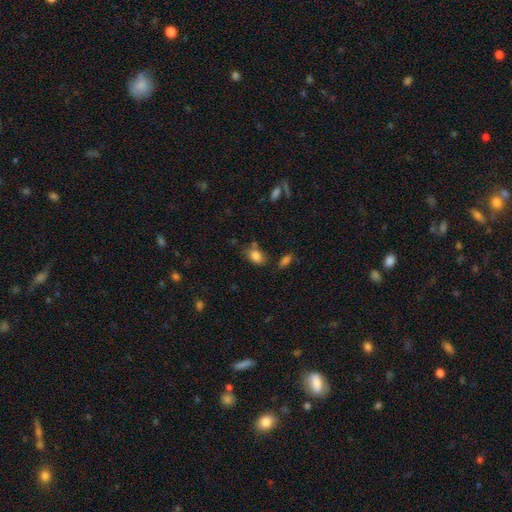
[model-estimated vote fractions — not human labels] Overall: smooth (83%). How rounded: in between (83%). Merging: none (63%).